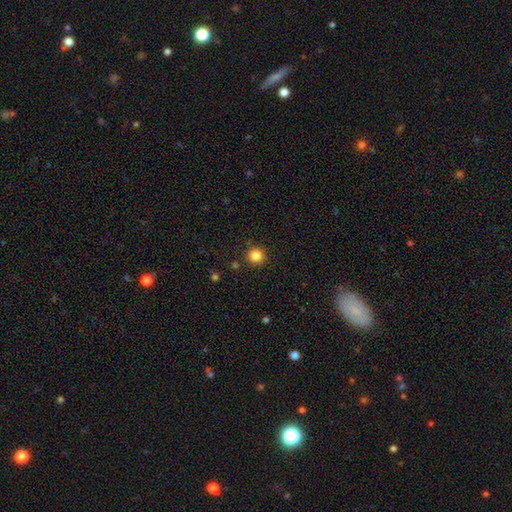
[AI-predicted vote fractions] smooth_or_featured: smooth (p=0.84) [alt: star or artifact p=0.12]
how_rounded: round (p=0.93) [alt: in between p=0.06]
merging: none (p=0.90) [alt: minor disturbance p=0.06]